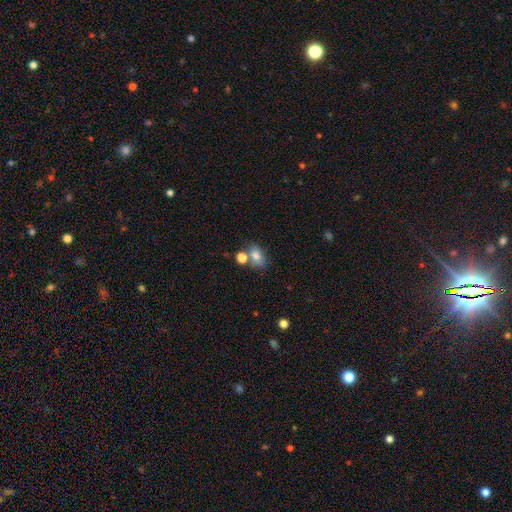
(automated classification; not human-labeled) Smooth or featured? smooth (77%)
How rounded? in between (74%)
Merging? none (55%)